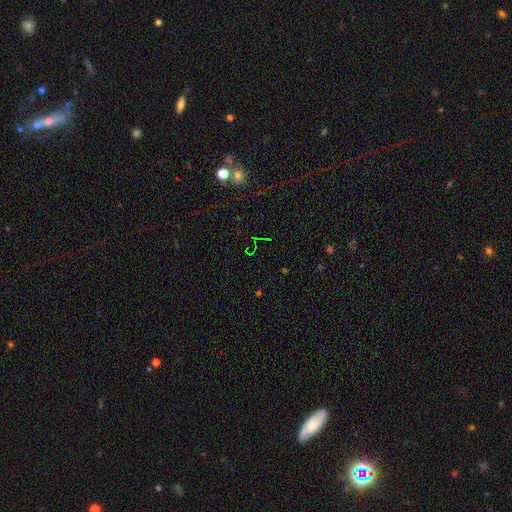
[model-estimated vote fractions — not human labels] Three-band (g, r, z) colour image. It shows a star or artifact, not a galaxy (75%).